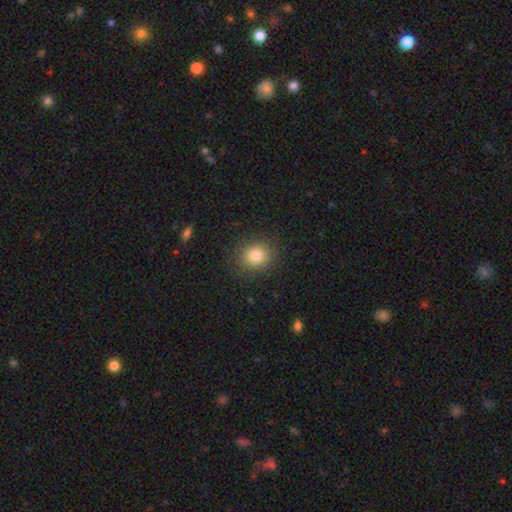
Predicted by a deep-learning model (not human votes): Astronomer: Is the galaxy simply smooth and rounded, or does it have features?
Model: smooth — 83%.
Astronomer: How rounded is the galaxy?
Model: round — 75%.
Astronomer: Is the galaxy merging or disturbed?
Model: none — 87%.